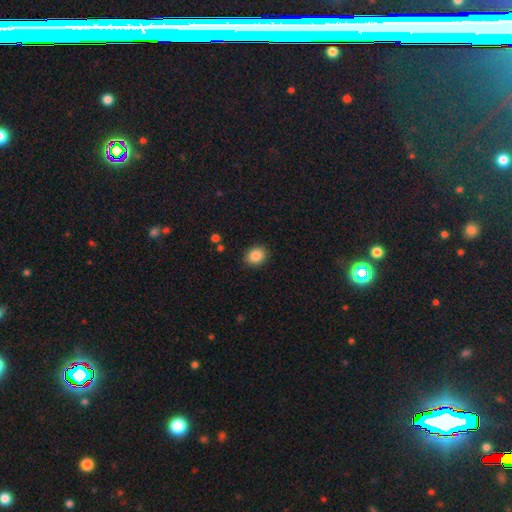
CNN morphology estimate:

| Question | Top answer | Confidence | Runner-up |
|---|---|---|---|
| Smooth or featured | smooth | 86% | star or artifact (9%) |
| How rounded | round | 60% | in between (40%) |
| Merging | none | 90% | minor disturbance (7%) |